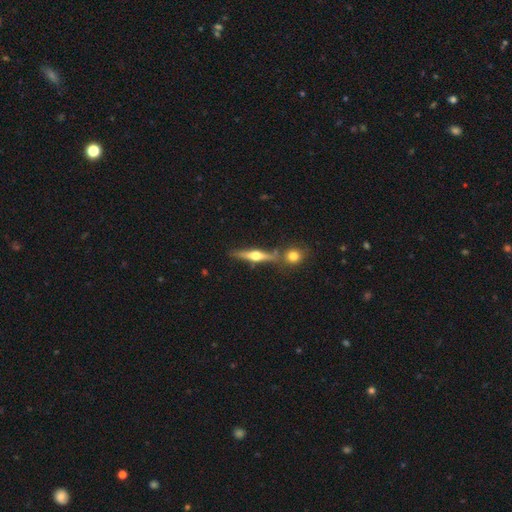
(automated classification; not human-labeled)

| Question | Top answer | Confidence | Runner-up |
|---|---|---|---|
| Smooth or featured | featured or disk | 70% | smooth (24%) |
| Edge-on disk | yes | 96% | no (4%) |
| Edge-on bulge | rounded | 95% | boxy (3%) |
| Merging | none | 75% | merger (13%) |